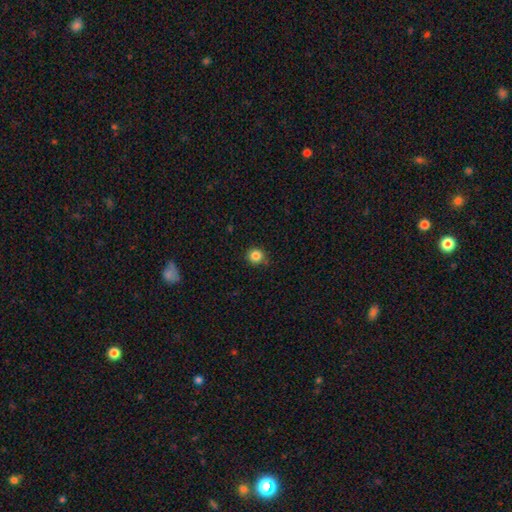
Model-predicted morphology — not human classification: smooth 84%, star or artifact 12%, featured or disk 4%. Down the decision tree: how rounded — round (93%); merging — none (83%).